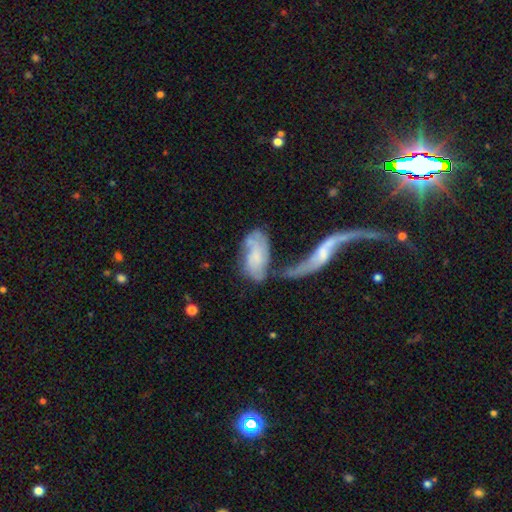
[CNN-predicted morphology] Smooth or featured?
  - featured or disk: 63% *
  - smooth: 30%
  - star or artifact: 7%
Edge-on disk?
  - no: 93% *
  - yes: 7%
Bar?
  - no: 62% *
  - weak: 30%
  - strong: 7%
Spiral arms?
  - yes: 81% *
  - no: 19%
Bulge size?
  - small: 41% *
  - none: 33%
  - moderate: 20%
  - large: 4%
  - dominant: 2%
Merging?
  - merger: 45% *
  - none: 23%
  - major disturbance: 17%
  - minor disturbance: 15%